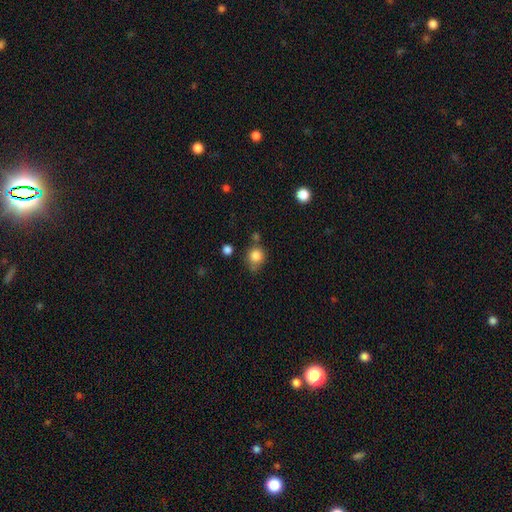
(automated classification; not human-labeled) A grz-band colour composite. It shows a smooth galaxy with no disk features (84%) that is round (85%). Merging: none (66%).